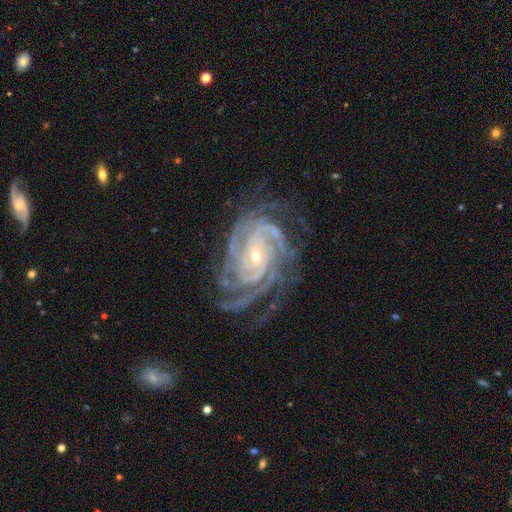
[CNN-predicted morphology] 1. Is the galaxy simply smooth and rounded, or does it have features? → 92% featured or disk, 5% star or artifact, 3% smooth.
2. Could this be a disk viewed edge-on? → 97% no, 3% yes.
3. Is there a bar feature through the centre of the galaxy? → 55% no, 29% weak, 16% strong.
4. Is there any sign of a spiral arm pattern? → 99% yes, 1% no.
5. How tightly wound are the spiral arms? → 75% tight, 22% medium, 3% loose.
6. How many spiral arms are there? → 35% 4, 20% 3, 15% more than 4, 13% can't tell, 10% 2, 7% 1.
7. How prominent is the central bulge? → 74% small, 23% moderate, 1% none, 1% large, 1% dominant.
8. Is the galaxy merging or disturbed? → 71% none, 18% minor disturbance, 9% major disturbance, 2% merger.